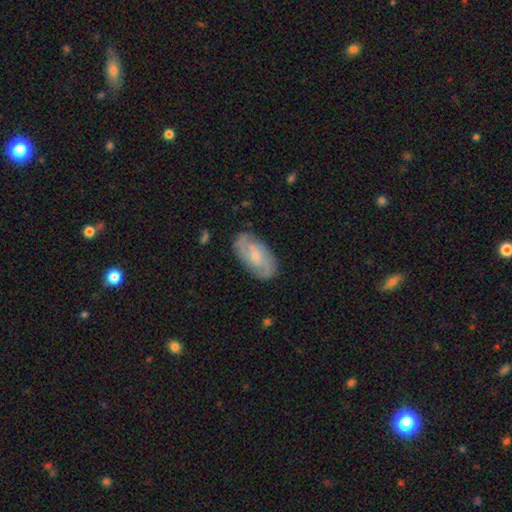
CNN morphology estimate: A featured or disk galaxy (71%) with no bar (55%), 2 (67%) medium (43%) spiral arms (88%) and a small central bulge (68%). Merging: none (81%).